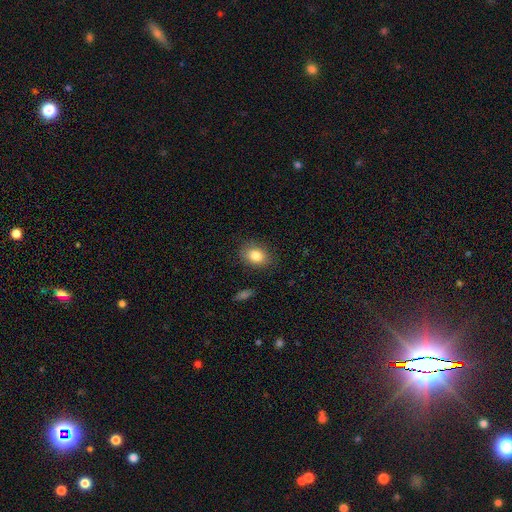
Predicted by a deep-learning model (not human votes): Overall: smooth (84%). How rounded: in between (65%; round 34%). Merging: none (83%).